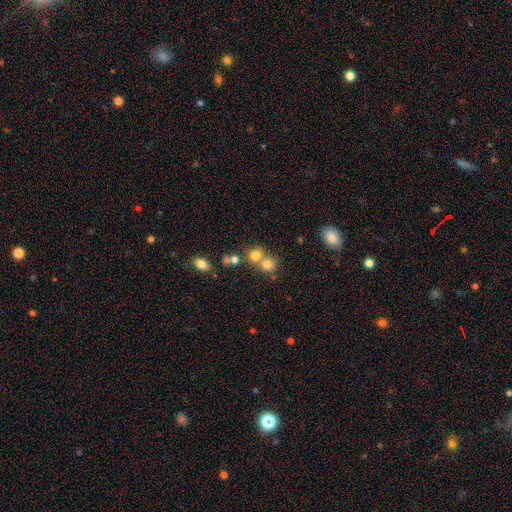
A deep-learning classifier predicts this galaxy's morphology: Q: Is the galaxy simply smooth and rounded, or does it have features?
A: smooth — 75%.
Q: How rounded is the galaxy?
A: round — 82%.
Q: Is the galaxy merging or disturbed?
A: merger — 46%.